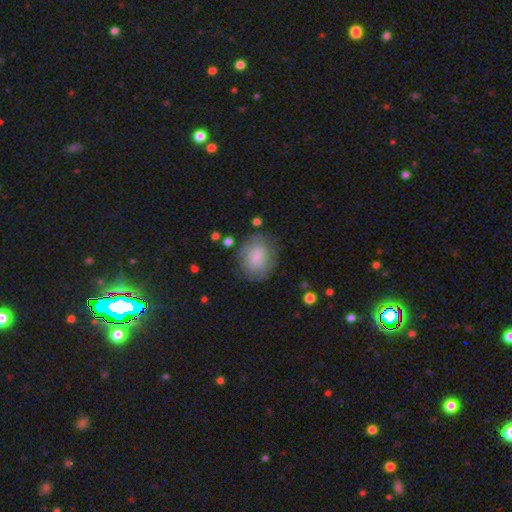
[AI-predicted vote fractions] Smooth or featured: smooth — 60% (featured or disk — 30%)
How rounded: round — 52% (in between — 47%)
Merging: none — 69% (minor disturbance — 20%)